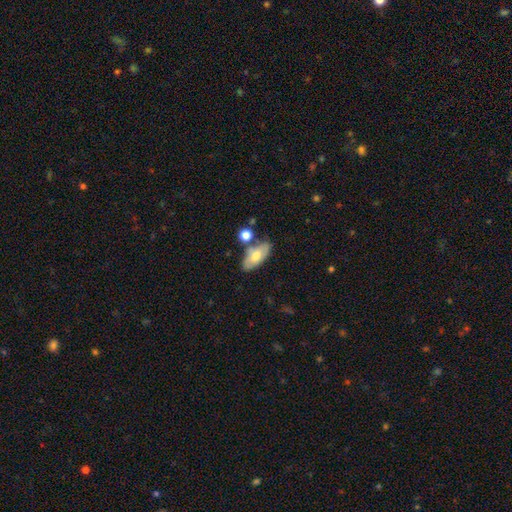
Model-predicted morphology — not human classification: This appears to be a smooth galaxy with no disk features (59%) that is in between round and cigar-shaped (87%). Merging: none (62%).